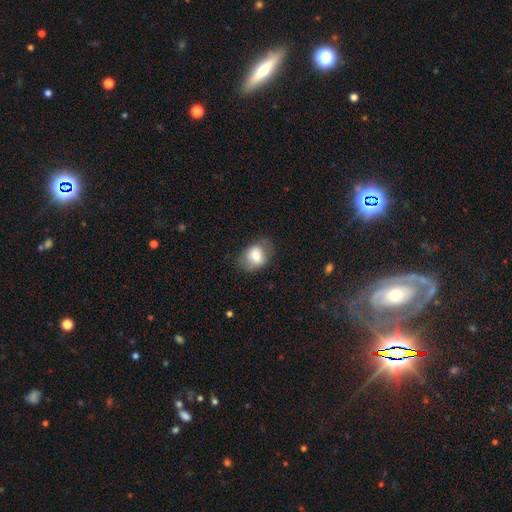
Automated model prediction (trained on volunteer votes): smooth 72%, featured or disk 21%, star or artifact 7%. Down the decision tree: how rounded — in between (75%); merging — none (69%).